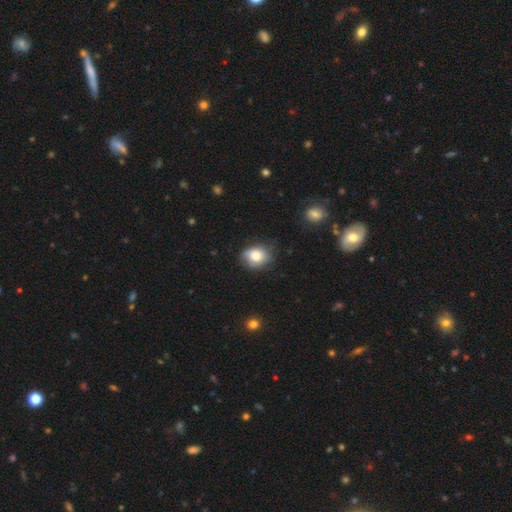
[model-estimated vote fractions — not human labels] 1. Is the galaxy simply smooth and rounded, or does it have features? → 70% smooth, 21% featured or disk, 8% star or artifact.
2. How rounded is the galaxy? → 51% round, 49% in between, 1% cigar-shaped.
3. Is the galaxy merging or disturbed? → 63% none, 27% minor disturbance, 8% major disturbance, 2% merger.